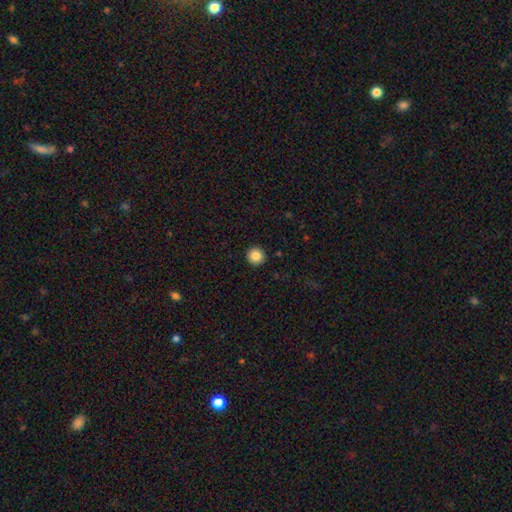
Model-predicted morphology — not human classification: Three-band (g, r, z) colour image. It shows a smooth galaxy with no disk features (85%) that is round (96%). Merging: none (93%).